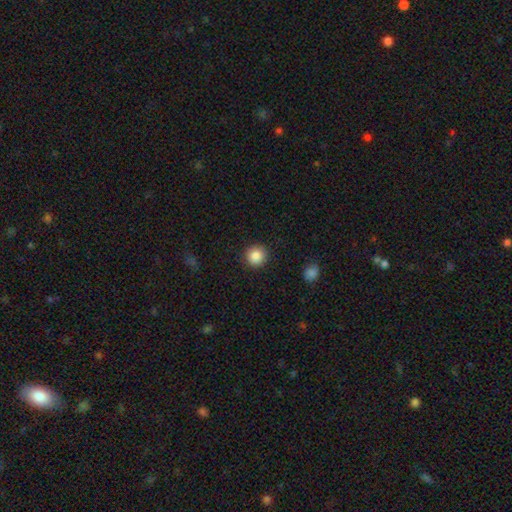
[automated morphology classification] This appears to be a smooth galaxy with no disk features (87%) that is round (94%). Merging: none (91%).